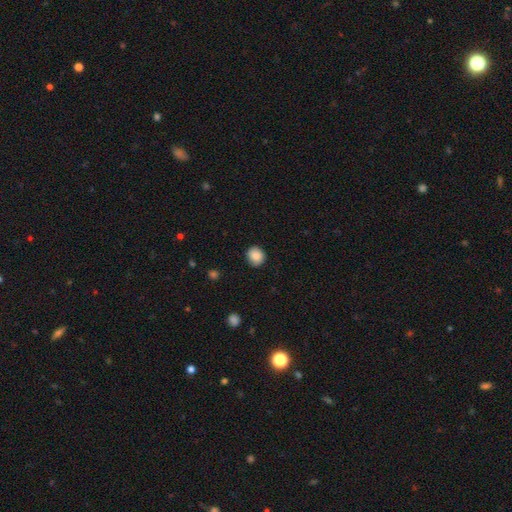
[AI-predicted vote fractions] smooth_or_featured: smooth (p=0.87) [alt: star or artifact p=0.08]
how_rounded: round (p=0.81) [alt: in between p=0.18]
merging: none (p=0.85) [alt: minor disturbance p=0.11]